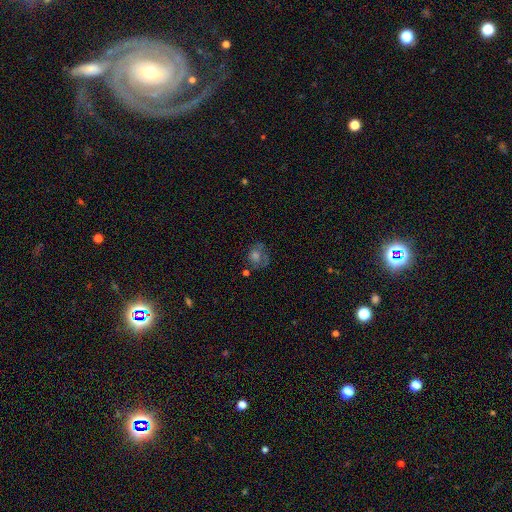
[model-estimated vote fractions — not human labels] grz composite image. It shows a smooth galaxy with no disk features (45%). Merging: none (57%).